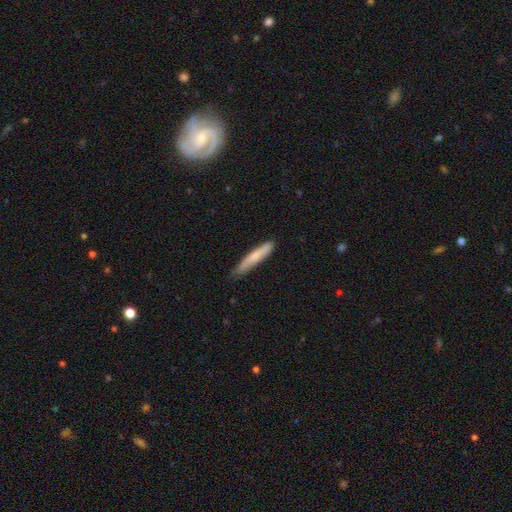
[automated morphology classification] smooth-or-featured: smooth: 72% | featured or disk: 22% | star or artifact: 6%
  how-rounded: cigar-shaped: 93% | in between: 6% | round: 1%
  merging: none: 78% | minor disturbance: 19% | major disturbance: 2% | merger: 1%